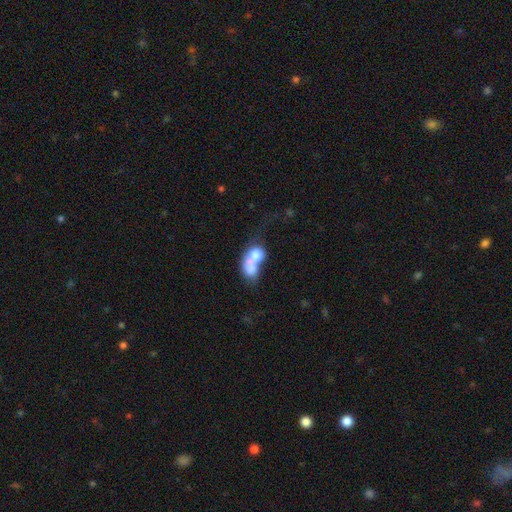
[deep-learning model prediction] This is likely a smooth galaxy (66%). How rounded: likely in between (61%). Merging: likely merger (73%).